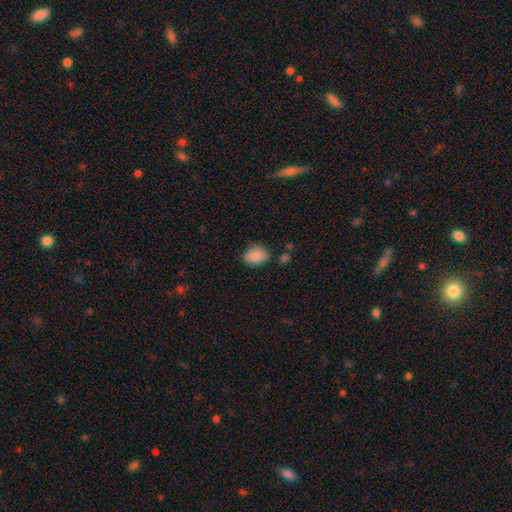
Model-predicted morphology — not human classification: Smooth or featured? Predicted: smooth (p=0.87). How rounded? Predicted: in between (p=0.73). Merging? Predicted: none (p=0.76).